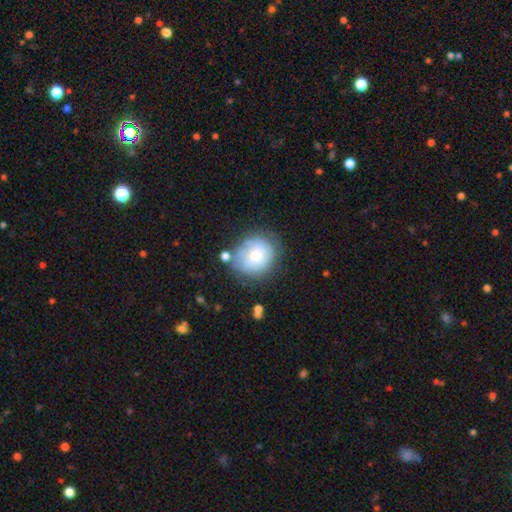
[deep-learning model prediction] Smooth or featured? Predicted: smooth (p=0.64). How rounded? Predicted: round (p=0.74). Merging? Predicted: none (p=0.61).